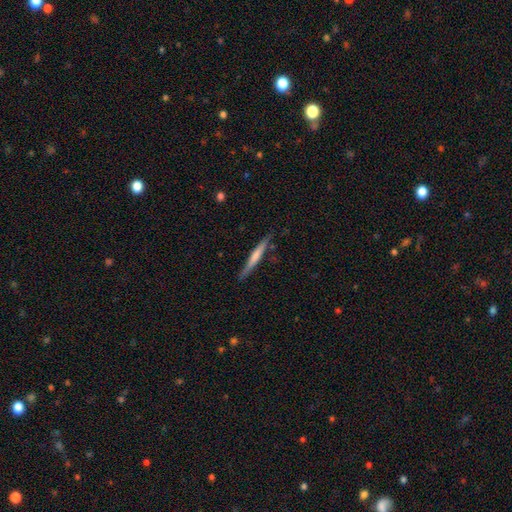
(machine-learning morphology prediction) The model was most divided on "smooth or featured": smooth: 52%, featured or disk: 43%, star or artifact: 5%. More confident: how rounded — cigar-shaped (96%); merging — none (83%).